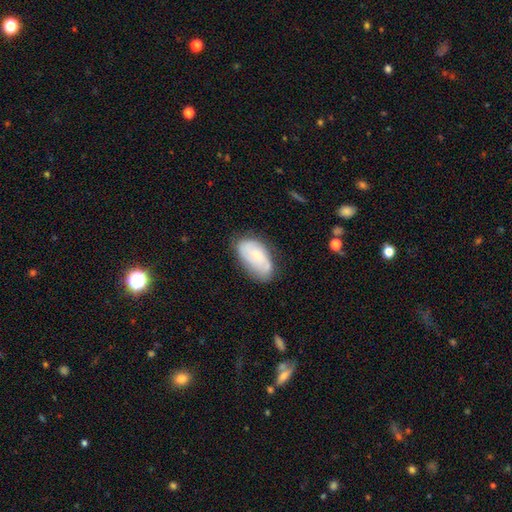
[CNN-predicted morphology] Smooth or featured: smooth — 48% (featured or disk — 46%)
Merging: none — 63% (minor disturbance — 27%)